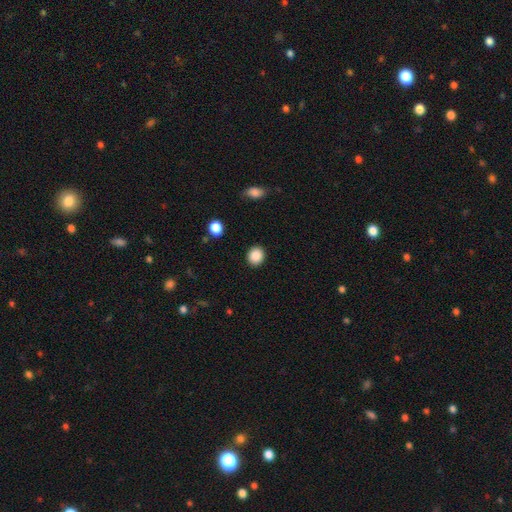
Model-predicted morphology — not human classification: Overall: smooth (87%). How rounded: round (73%). Merging: none (90%).